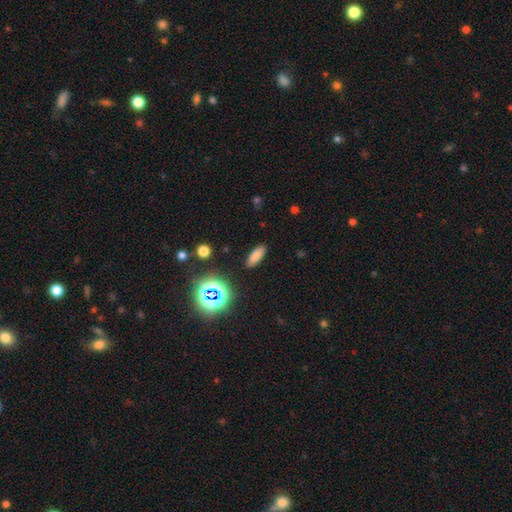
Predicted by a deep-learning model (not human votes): This appears to be a smooth galaxy with no disk features (76%) that is in between round and cigar-shaped (66%). Merging: none (88%).